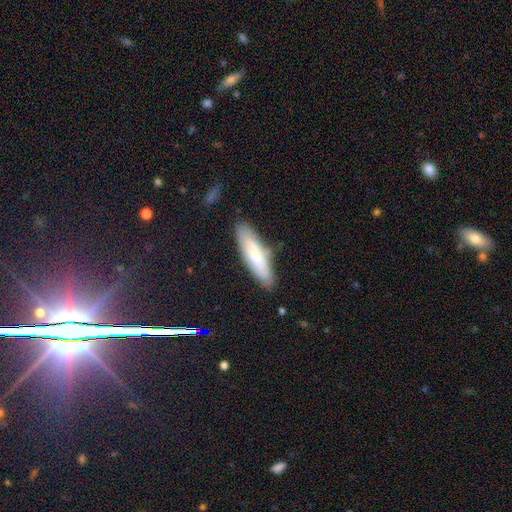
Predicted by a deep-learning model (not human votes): smooth 71%, featured or disk 22%, star or artifact 7%. Down the decision tree: how rounded — cigar-shaped (67%); merging — none (81%).